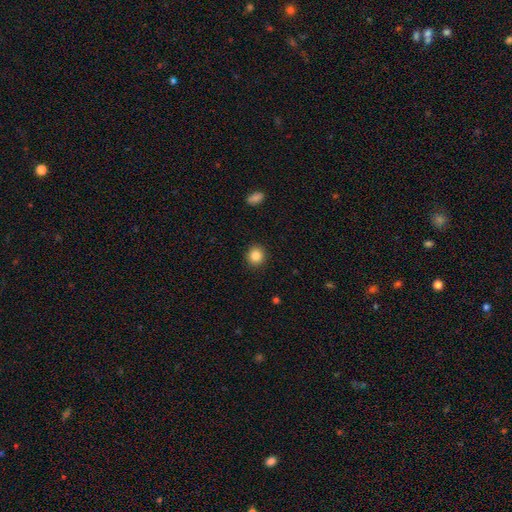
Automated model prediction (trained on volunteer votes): The model was most divided on "smooth or featured": smooth: 85%, star or artifact: 10%, featured or disk: 5%. More confident: merging — none (91%); how rounded — round (88%).